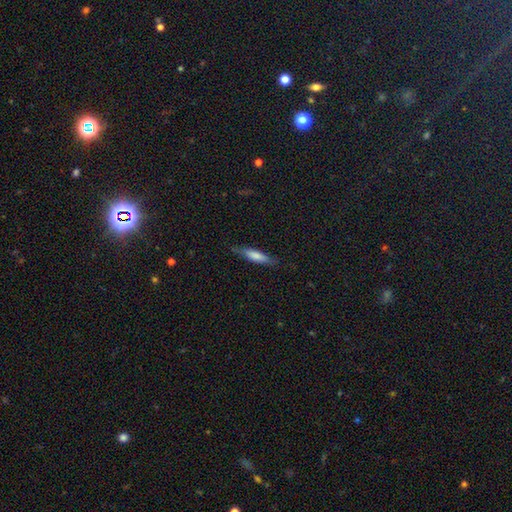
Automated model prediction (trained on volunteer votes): This is likely a smooth galaxy (65%). How rounded: likely cigar-shaped (74%). Merging: likely none (78%).